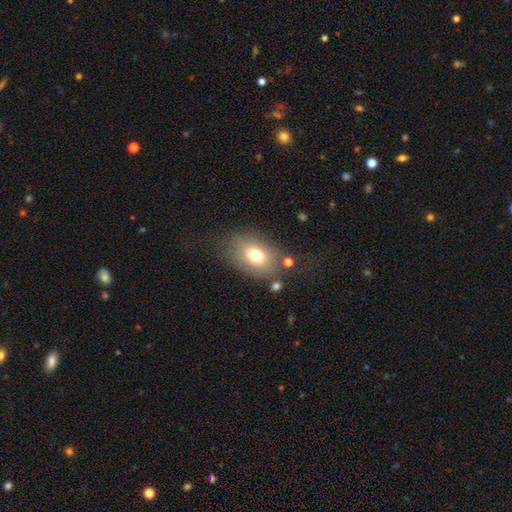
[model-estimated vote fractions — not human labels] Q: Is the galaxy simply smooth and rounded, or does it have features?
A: smooth — 73%.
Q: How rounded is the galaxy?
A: in between — 76%.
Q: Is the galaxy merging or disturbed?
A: none — 69%.